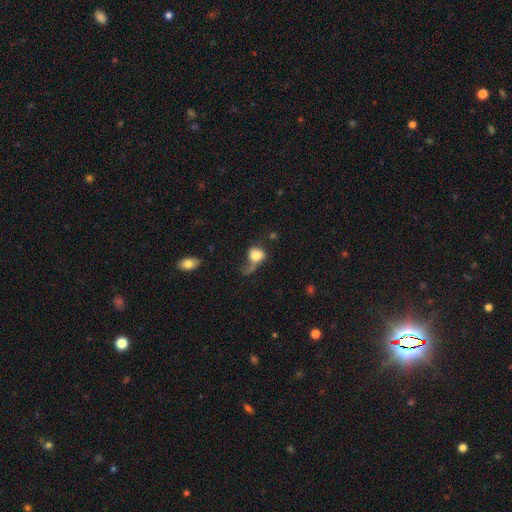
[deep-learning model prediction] Smooth or featured? Predicted: smooth (p=0.65). How rounded? Predicted: in between (p=0.59). Merging? Predicted: major disturbance (p=0.53).